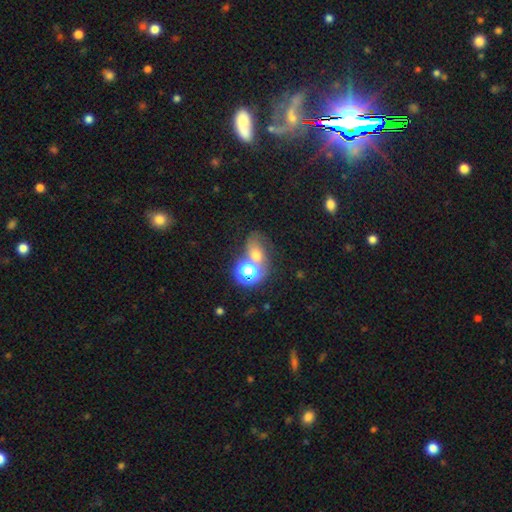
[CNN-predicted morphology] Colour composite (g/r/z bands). It shows a smooth galaxy with no disk features (52%) that is round (50%). Merging: merger (40%).